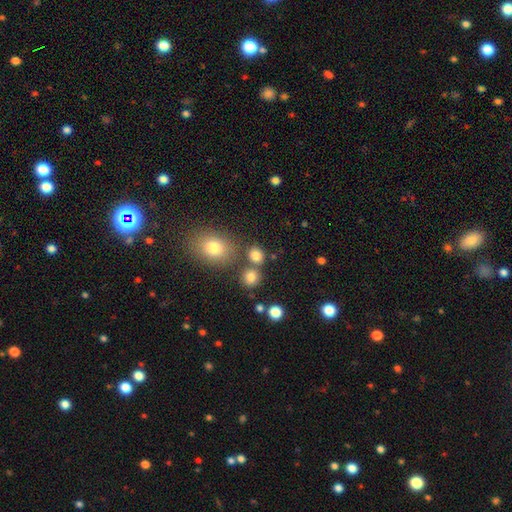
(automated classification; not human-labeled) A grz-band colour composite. It shows a smooth galaxy with no disk features (80%) that is round (75%). Merging: none (70%).